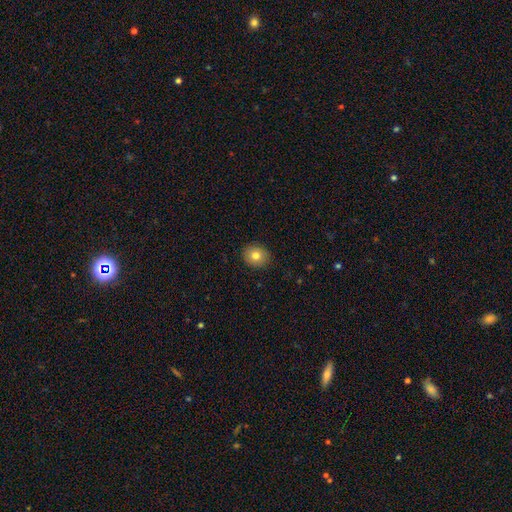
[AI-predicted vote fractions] smooth_or_featured: smooth (p=0.80) [alt: featured or disk p=0.10]
how_rounded: round (p=0.73) [alt: in between p=0.26]
merging: none (p=0.90) [alt: minor disturbance p=0.08]